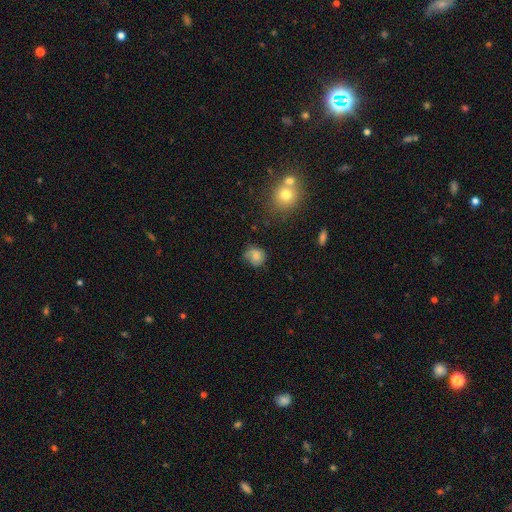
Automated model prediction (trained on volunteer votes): Morphology: type=smooth (73%); roundness=round (73%); merging=none (56%).